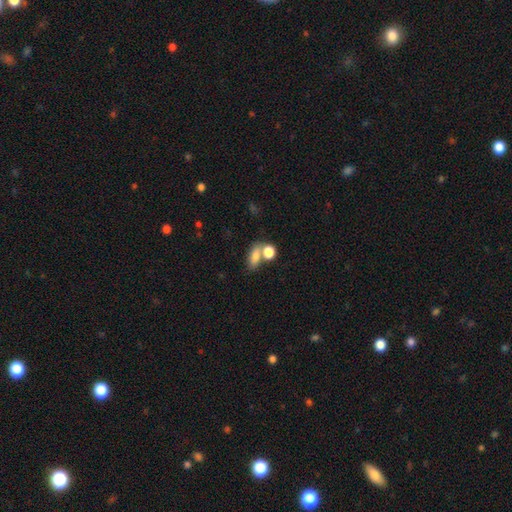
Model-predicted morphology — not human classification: smooth 78%, featured or disk 11%, star or artifact 11%. Down the decision tree: how rounded — in between (70%); merging — none (42%).